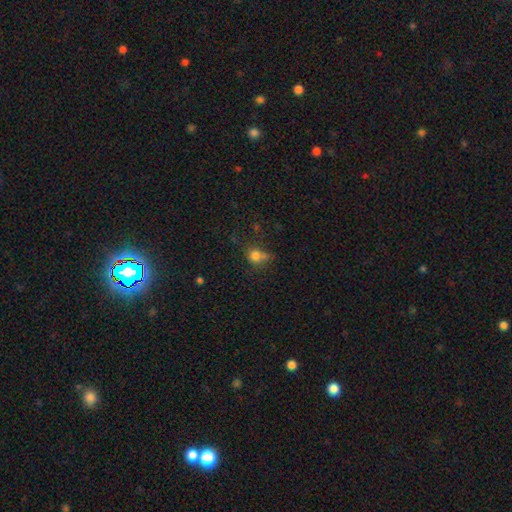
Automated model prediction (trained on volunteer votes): This appears to be a smooth galaxy with no disk features (75%) that is round (73%). Merging: none (47%).